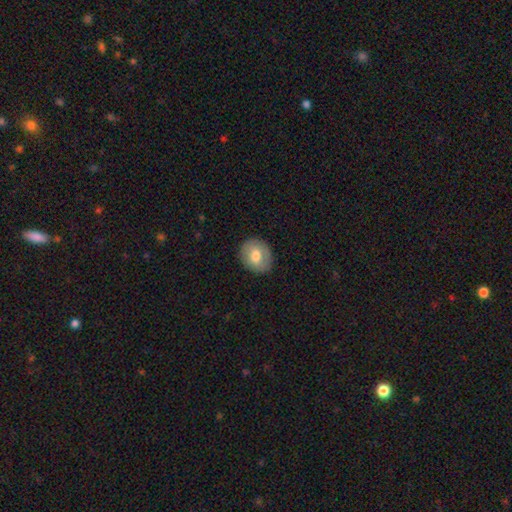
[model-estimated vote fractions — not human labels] smooth 68%, featured or disk 25%, star or artifact 7%. Down the decision tree: how rounded — round (61%); merging — none (87%).